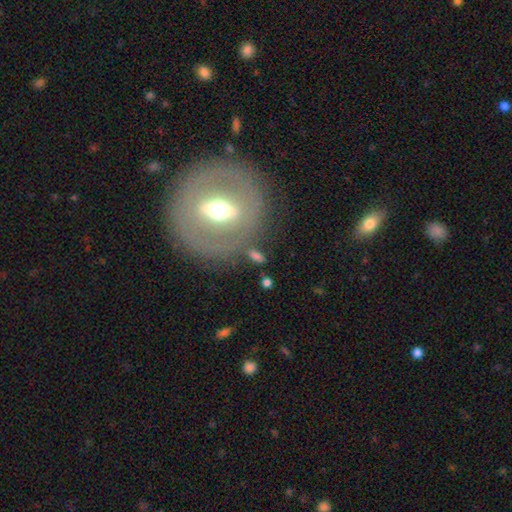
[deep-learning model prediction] This appears to be a featured or disk galaxy (49%). Merging: none (75%).